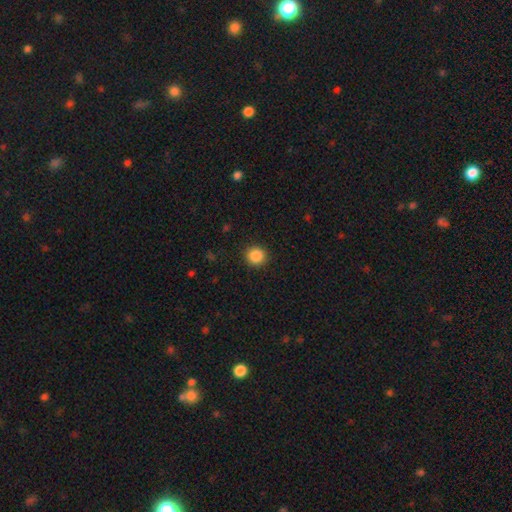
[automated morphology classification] Smooth or featured? smooth (87%)
How rounded? round (92%)
Merging? none (91%)